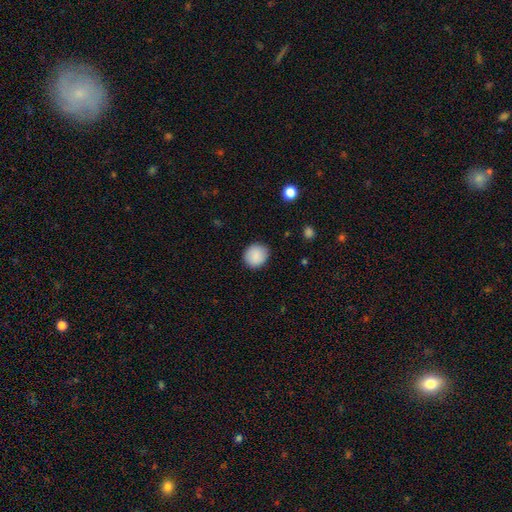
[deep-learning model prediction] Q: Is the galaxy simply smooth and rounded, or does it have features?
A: smooth — 89%.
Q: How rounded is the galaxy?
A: round — 85%.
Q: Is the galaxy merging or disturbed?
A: none — 89%.